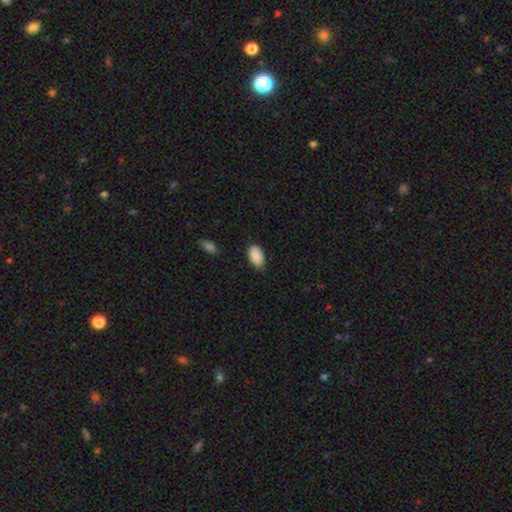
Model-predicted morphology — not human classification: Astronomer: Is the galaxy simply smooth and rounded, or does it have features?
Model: smooth — 89%.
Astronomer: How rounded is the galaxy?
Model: in between — 94%.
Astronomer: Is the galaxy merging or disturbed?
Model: none — 78%.